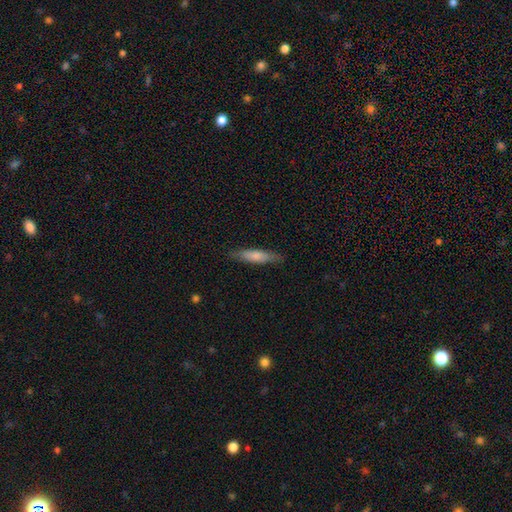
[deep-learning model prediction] Morphology: type=smooth (71%); roundness=cigar-shaped (78%); merging=none (84%).